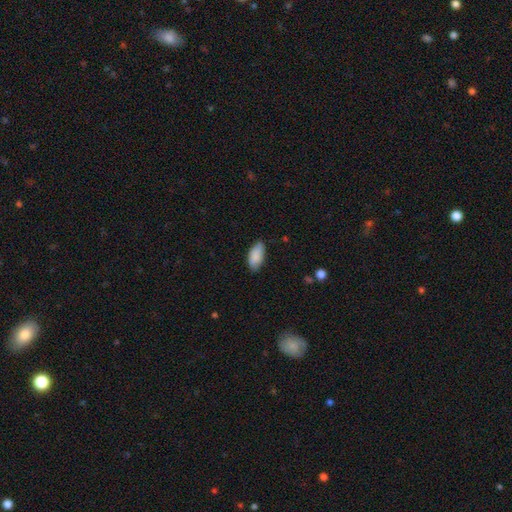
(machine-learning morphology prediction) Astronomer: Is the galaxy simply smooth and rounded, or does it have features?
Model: smooth — 87%.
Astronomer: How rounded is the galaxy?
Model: in between — 90%.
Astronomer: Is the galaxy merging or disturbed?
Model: none — 76%.